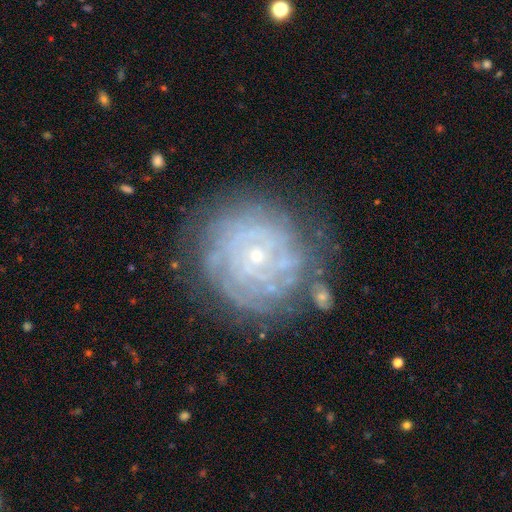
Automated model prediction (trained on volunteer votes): Smooth or featured? Predicted: featured or disk (p=0.80). Edge-on disk? Predicted: no (p=0.97). Bar? Predicted: no (p=0.80). Spiral arms? Predicted: yes (p=0.89). Spiral winding? Predicted: tight (p=0.82). Spiral arm count? Predicted: can't tell (p=0.44). Bulge size? Predicted: small (p=0.82). Merging? Predicted: none (p=0.72).